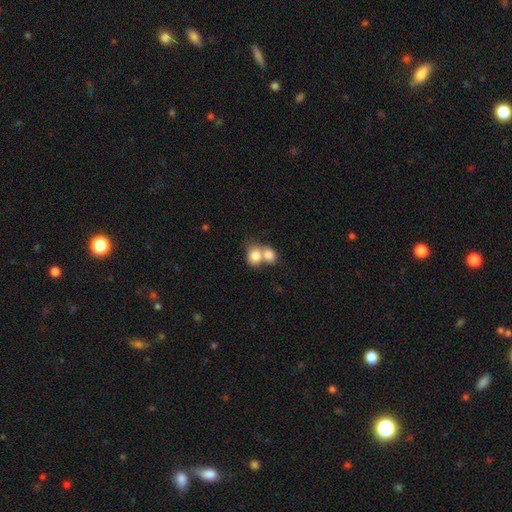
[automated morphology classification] This is clearly a smooth galaxy (80%). How rounded: possibly round (55%). Merging: likely merger (67%).